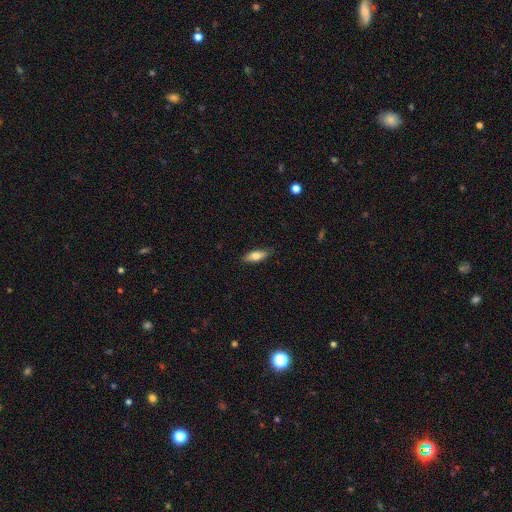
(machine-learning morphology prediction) Smooth or featured?
  - smooth: 75% *
  - featured or disk: 18%
  - star or artifact: 6%
How rounded?
  - in between: 66% *
  - cigar-shaped: 31%
  - round: 2%
Merging?
  - none: 82% *
  - minor disturbance: 14%
  - major disturbance: 2%
  - merger: 1%